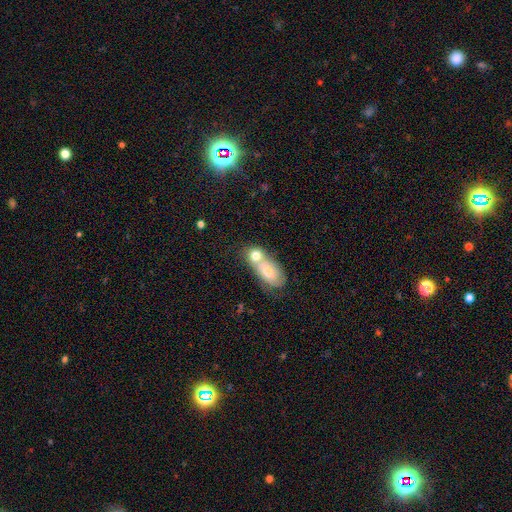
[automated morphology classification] Smooth or featured? smooth (71%)
How rounded? in between (54%)
Merging? merger (63%)